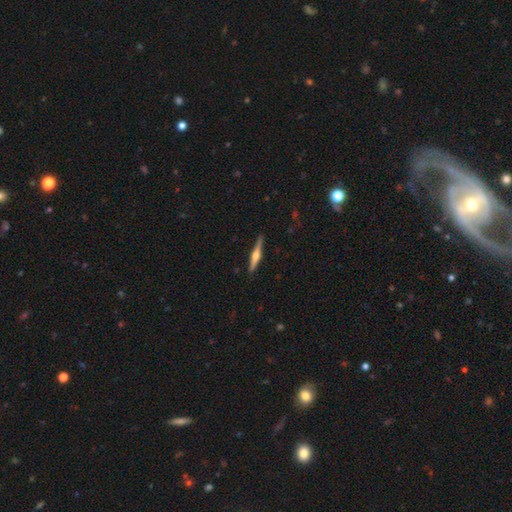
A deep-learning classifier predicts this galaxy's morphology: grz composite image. It shows a featured or disk galaxy (74%) viewed edge-on (98%) with a rounded central bulge (94%). Merging: none (91%).